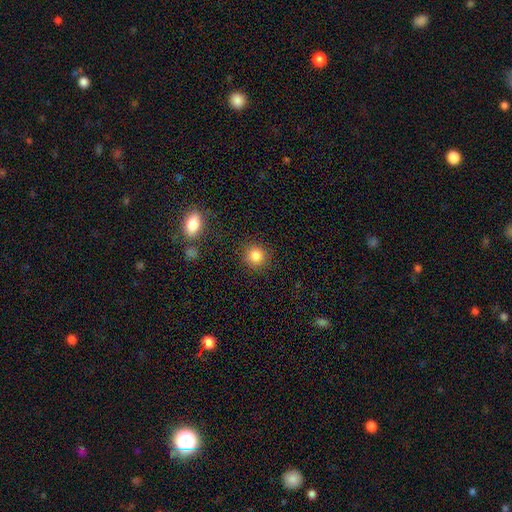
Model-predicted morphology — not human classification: This appears to be a smooth galaxy with no disk features (85%) that is round (91%). Merging: none (88%).